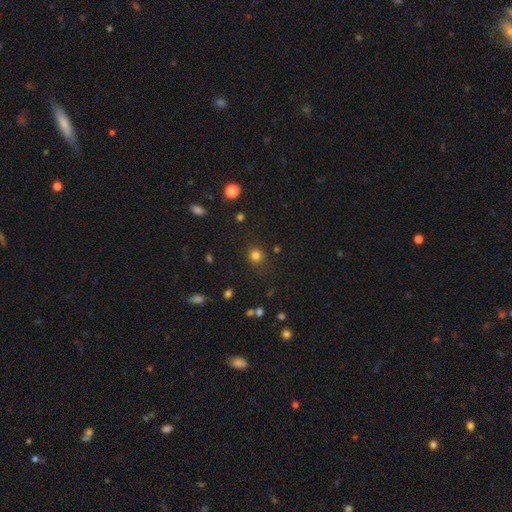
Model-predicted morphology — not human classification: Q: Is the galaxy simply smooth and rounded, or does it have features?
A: smooth — 79%.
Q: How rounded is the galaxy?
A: round — 88%.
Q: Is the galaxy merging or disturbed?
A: none — 84%.